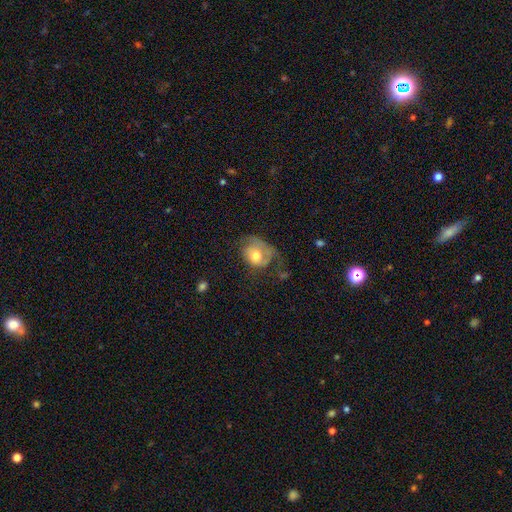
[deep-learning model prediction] The model was most divided on "how rounded": round: 51%, in between: 48%, cigar-shaped: 1%. Remaining: smooth or featured — smooth (58%); merging — major disturbance (39%).